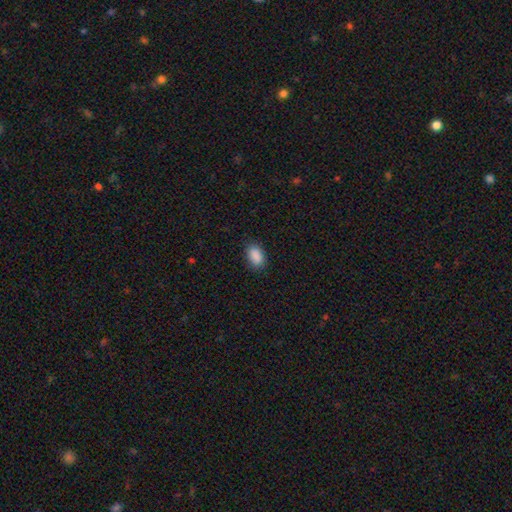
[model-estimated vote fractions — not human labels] Overall: smooth (89%). How rounded: in between (89%). Merging: none (85%).